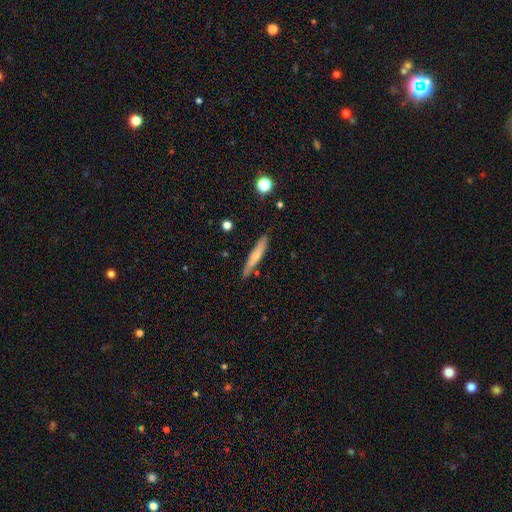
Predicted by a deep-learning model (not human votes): Smooth or featured: smooth — 55% (featured or disk — 39%)
How rounded: cigar-shaped — 92% (in between — 7%)
Merging: none — 82% (minor disturbance — 13%)